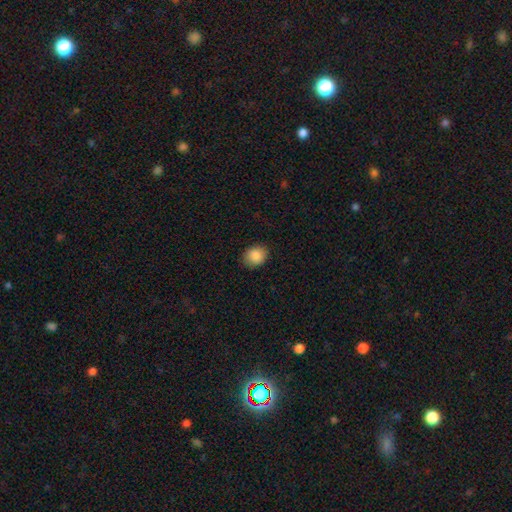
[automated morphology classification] Overall: smooth (88%). How rounded: in between (50%; round 49%). Merging: none (86%).